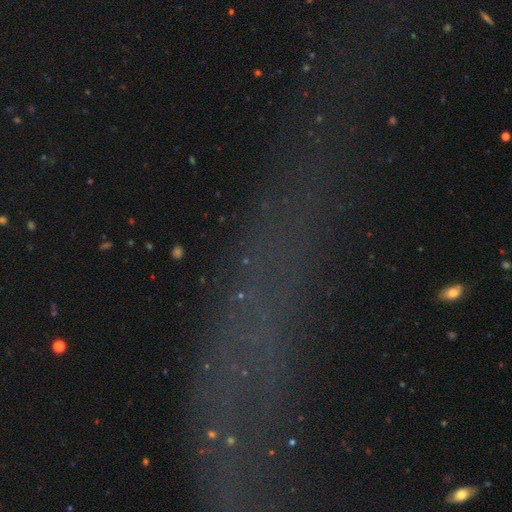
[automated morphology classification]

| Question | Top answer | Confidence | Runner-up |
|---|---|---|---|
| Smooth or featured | star or artifact | 51% | featured or disk (26%) |